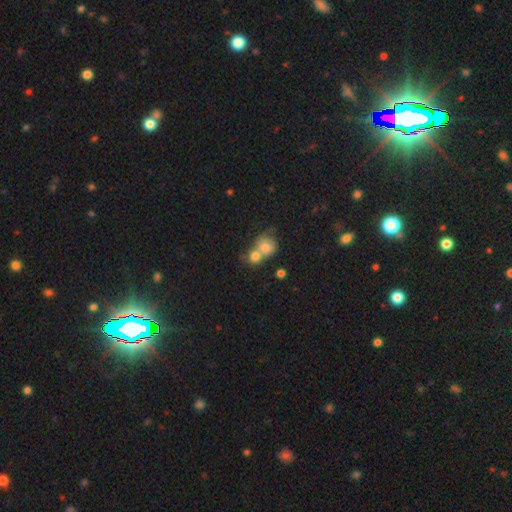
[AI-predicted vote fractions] Smooth or featured: smooth — 77% (featured or disk — 13%)
How rounded: round — 80% (in between — 19%)
Merging: merger — 63% (none — 27%)